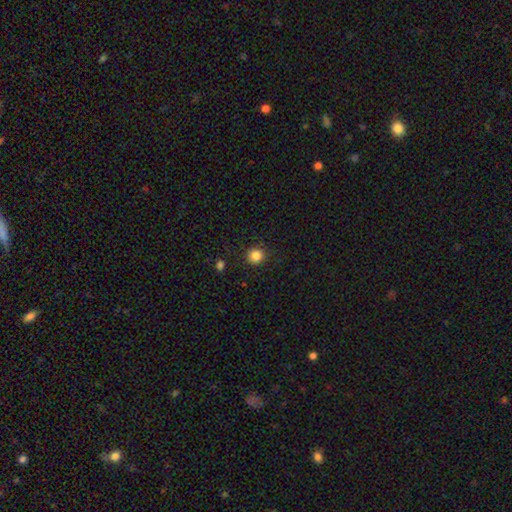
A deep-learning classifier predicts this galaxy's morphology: smooth_or_featured: smooth (p=0.85) [alt: star or artifact p=0.11]
how_rounded: round (p=0.93) [alt: in between p=0.06]
merging: none (p=0.89) [alt: minor disturbance p=0.07]